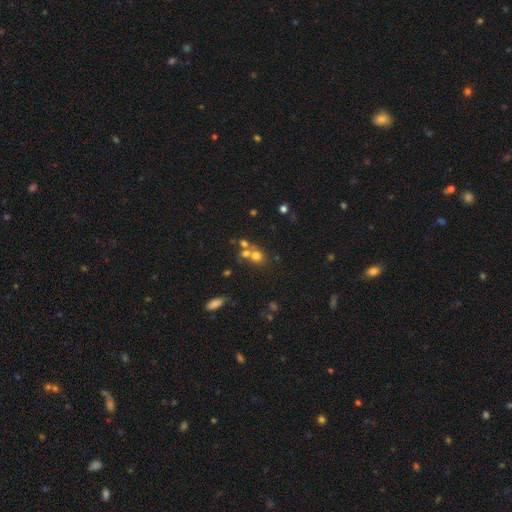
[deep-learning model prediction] Q: Smooth or featured?
A: smooth (63%); runner-up: star or artifact (18%)
Q: How rounded?
A: round (76%); runner-up: in between (22%)
Q: Merging?
A: merger (46%); runner-up: none (41%)